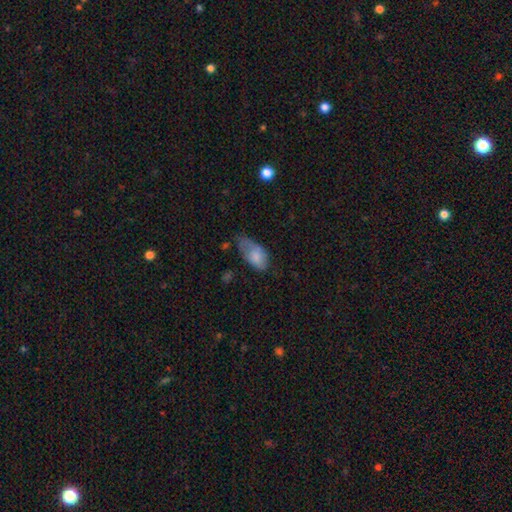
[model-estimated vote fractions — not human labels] This appears to be a smooth galaxy with no disk features (78%) that is in between round and cigar-shaped (93%). Merging: minor disturbance (42%).